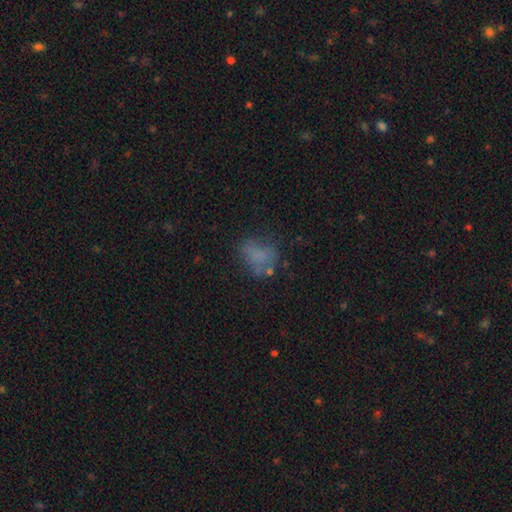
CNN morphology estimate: smooth_or_featured: smooth (p=0.62) [alt: featured or disk p=0.22]
how_rounded: in between (p=0.53) [alt: round p=0.45]
merging: none (p=0.51) [alt: minor disturbance p=0.23]